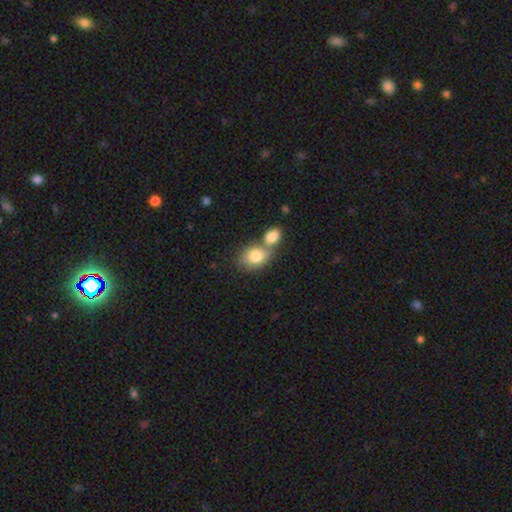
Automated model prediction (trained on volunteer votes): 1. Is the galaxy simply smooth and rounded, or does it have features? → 80% smooth, 13% featured or disk, 7% star or artifact.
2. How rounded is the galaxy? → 72% in between, 27% round, 2% cigar-shaped.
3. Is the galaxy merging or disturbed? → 56% merger, 31% none, 9% minor disturbance, 3% major disturbance.